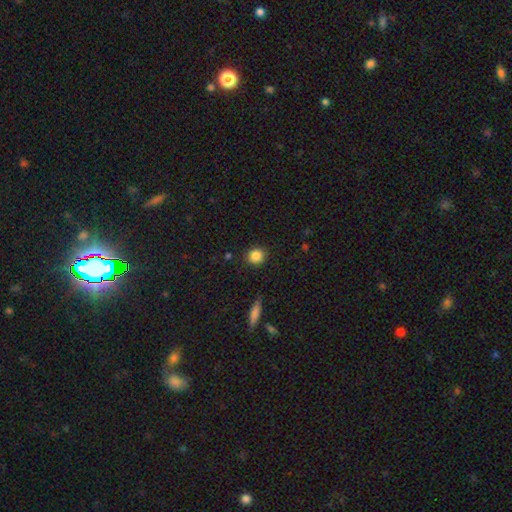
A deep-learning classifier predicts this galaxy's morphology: Smooth or featured: smooth — 85% (star or artifact — 10%)
How rounded: round — 86% (in between — 13%)
Merging: none — 89% (minor disturbance — 7%)